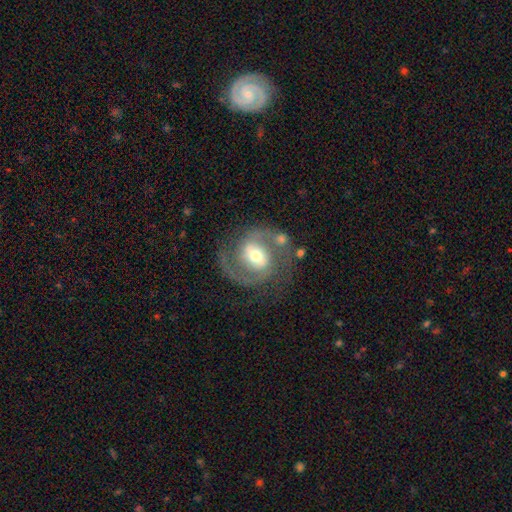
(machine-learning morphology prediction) This appears to be a featured or disk galaxy (85%) with a weak bar (42%), 2 (90%) medium (56%) spiral arms (94%) and a moderate central bulge (65%). Merging: none (70%).